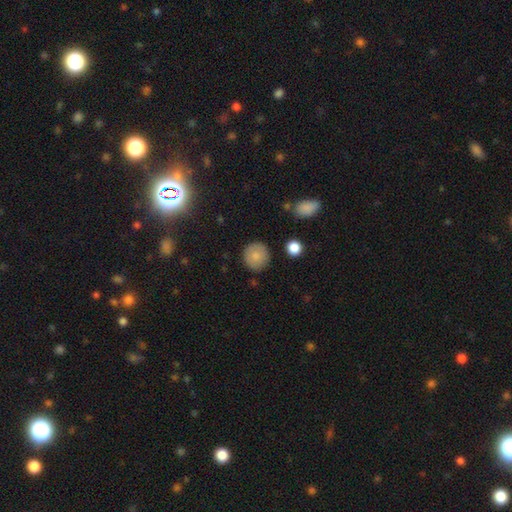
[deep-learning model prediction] Smooth or featured? smooth (83%)
How rounded? round (91%)
Merging? none (87%)